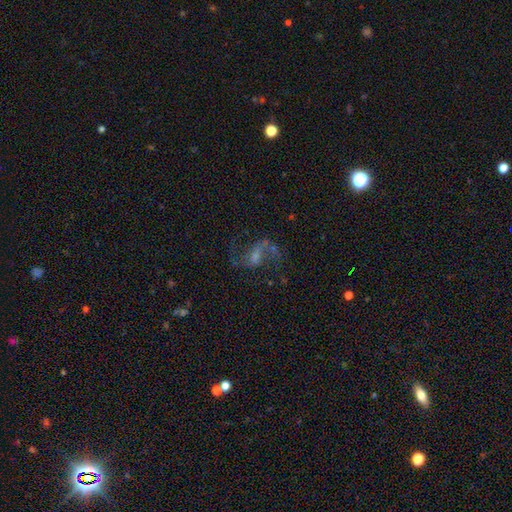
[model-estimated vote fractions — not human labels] Q: Smooth or featured?
A: featured or disk (76%); runner-up: star or artifact (13%)
Q: Edge-on disk?
A: no (97%); runner-up: yes (3%)
Q: Bar?
A: weak (52%); runner-up: no (26%)
Q: Spiral arms?
A: yes (93%); runner-up: no (7%)
Q: Spiral winding?
A: loose (67%); runner-up: medium (29%)
Q: Spiral arm count?
A: 2 (89%); runner-up: 1 (4%)
Q: Bulge size?
A: small (36%); runner-up: moderate (32%)
Q: Merging?
A: none (66%); runner-up: major disturbance (17%)